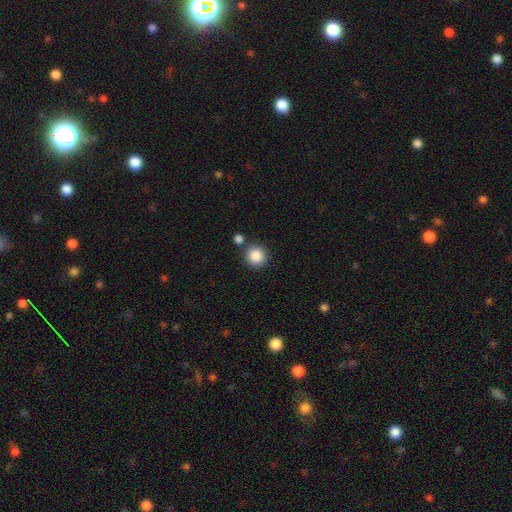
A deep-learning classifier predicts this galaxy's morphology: smooth 86%, star or artifact 9%, featured or disk 4%. Down the decision tree: how rounded — round (92%); merging — none (81%).